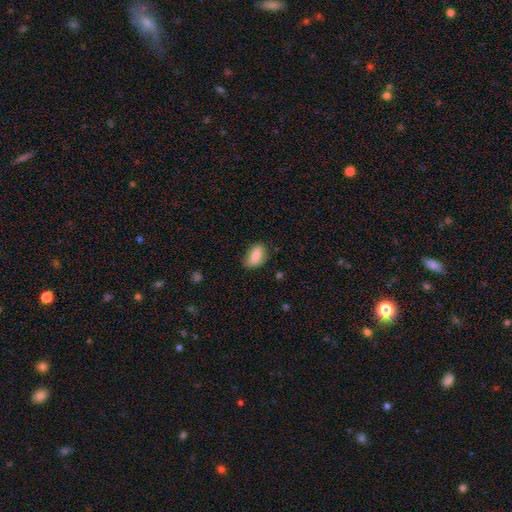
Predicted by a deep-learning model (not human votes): Morphology: type=smooth (85%); roundness=in between (90%); merging=none (72%).